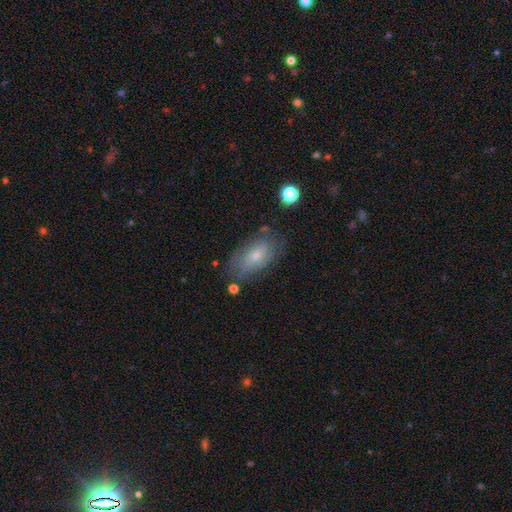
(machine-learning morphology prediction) The model was most divided on "smooth or featured": smooth: 49%, featured or disk: 42%, star or artifact: 9%. More confident: merging — none (67%).